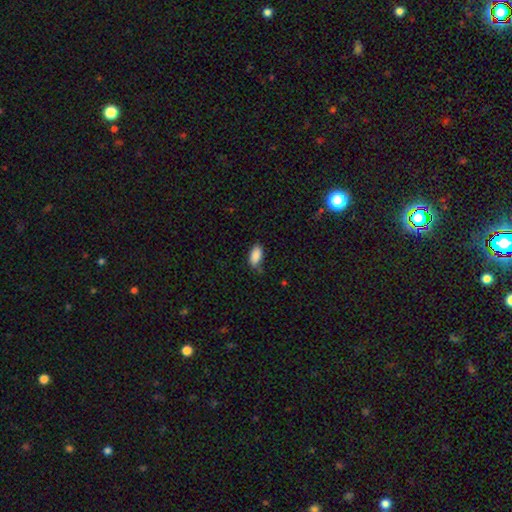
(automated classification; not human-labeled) smooth_or_featured: smooth (p=0.89) [alt: star or artifact p=0.07]
how_rounded: in between (p=0.92) [alt: cigar-shaped p=0.05]
merging: none (p=0.74) [alt: minor disturbance p=0.20]